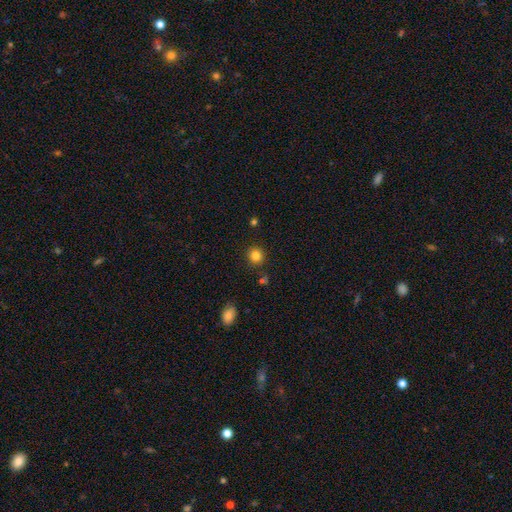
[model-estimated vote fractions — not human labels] smooth 83%, star or artifact 12%, featured or disk 5%. Down the decision tree: how rounded — round (89%); merging — none (88%).